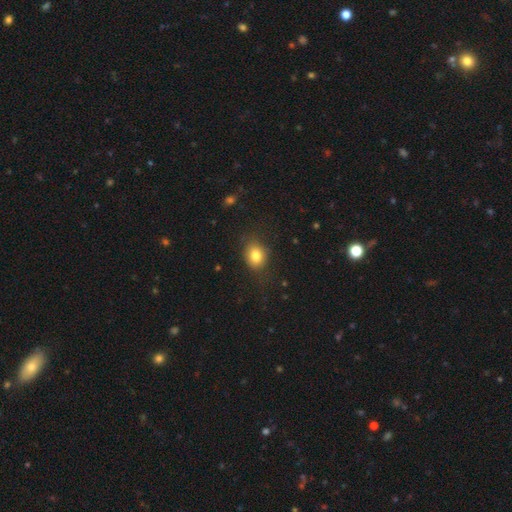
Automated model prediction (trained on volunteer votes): Q: Smooth or featured?
A: smooth (81%); runner-up: star or artifact (10%)
Q: How rounded?
A: in between (52%); runner-up: round (47%)
Q: Merging?
A: none (76%); runner-up: minor disturbance (17%)